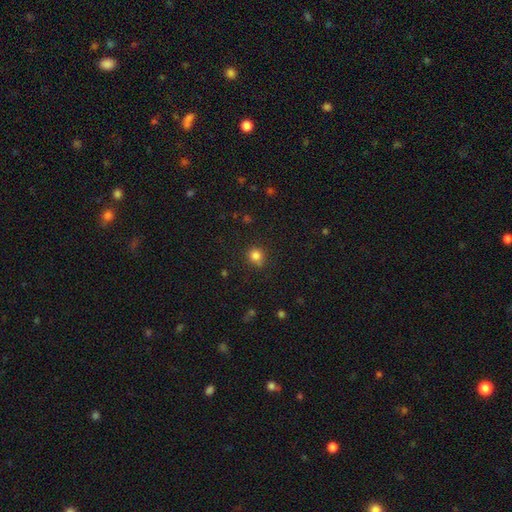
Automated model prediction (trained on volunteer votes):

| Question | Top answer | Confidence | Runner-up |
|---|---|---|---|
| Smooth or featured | smooth | 82% | star or artifact (13%) |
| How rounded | round | 87% | in between (12%) |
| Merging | none | 79% | minor disturbance (15%) |